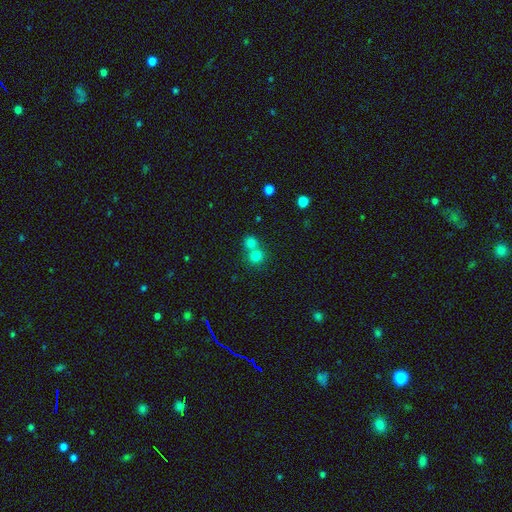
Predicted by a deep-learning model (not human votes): This is likely a smooth galaxy (77%). How rounded: clearly round (88%). Merging: possibly merger (47%).